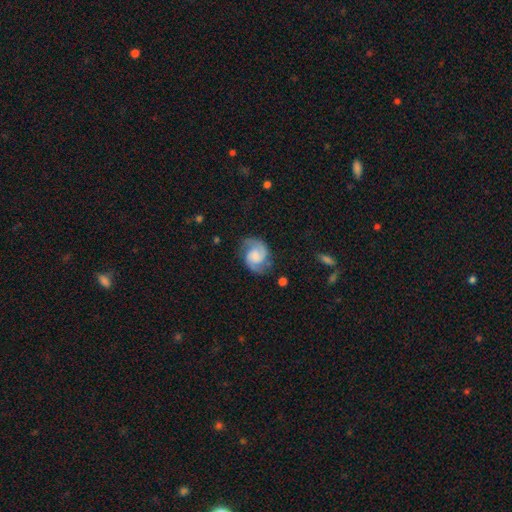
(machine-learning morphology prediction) Smooth or featured: featured or disk — 80% (smooth — 13%)
Edge-on disk: no — 98% (yes — 2%)
Bar: no — 59% (weak — 35%)
Spiral arms: yes — 96% (no — 4%)
Spiral winding: medium — 51% (tight — 29%)
Spiral arm count: 2 — 89% (can't tell — 4%)
Bulge size: none — 36% (moderate — 23%)
Merging: none — 72% (minor disturbance — 18%)